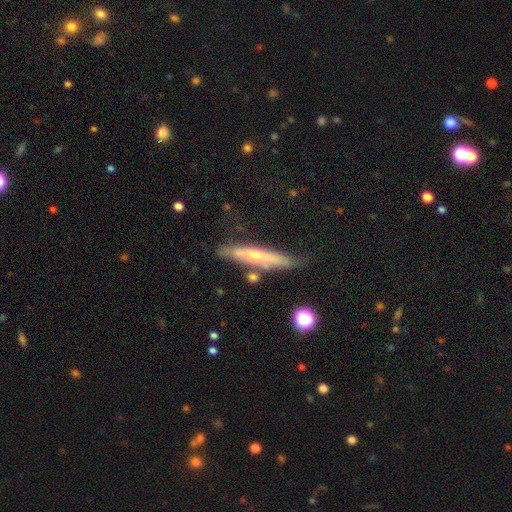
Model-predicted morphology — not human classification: A featured or disk galaxy (57%) viewed edge-on (78%).

Vote fractions:
- Smooth or featured? featured or disk: 57% / smooth: 35% / star or artifact: 7%
- Edge-on disk? yes: 78% / no: 22%
- Merging? none: 66% / minor disturbance: 22% / merger: 7% / major disturbance: 6%